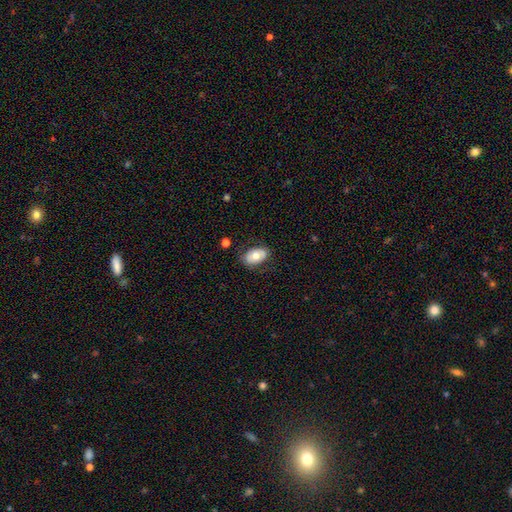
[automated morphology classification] Q: Smooth or featured?
A: smooth (65%); runner-up: featured or disk (28%)
Q: How rounded?
A: in between (90%); runner-up: round (9%)
Q: Merging?
A: none (77%); runner-up: minor disturbance (16%)